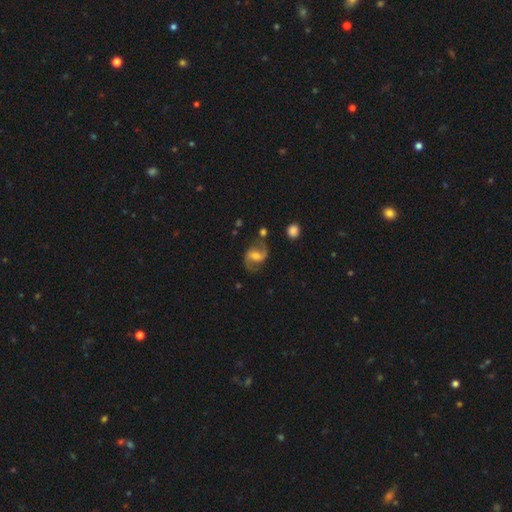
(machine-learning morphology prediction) type=featured or disk (83%); edge-on=no (97%); bar=weak (48%); spiral arms=yes (96%); winding=medium (45%, tied with loose); arm count=2 (92%); bulge=moderate (52%); merging=none (74%).